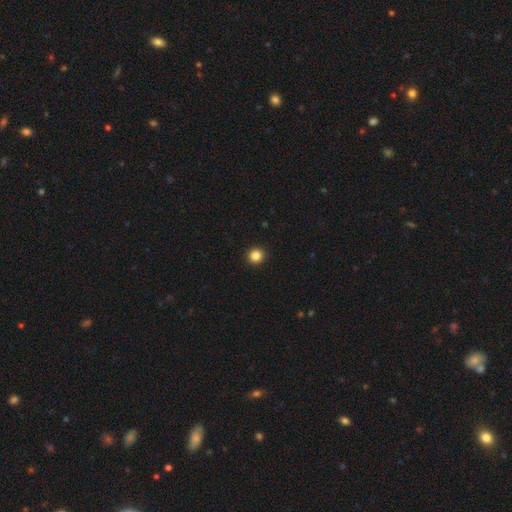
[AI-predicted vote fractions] Overall: smooth (85%). How rounded: round (95%). Merging: none (94%).